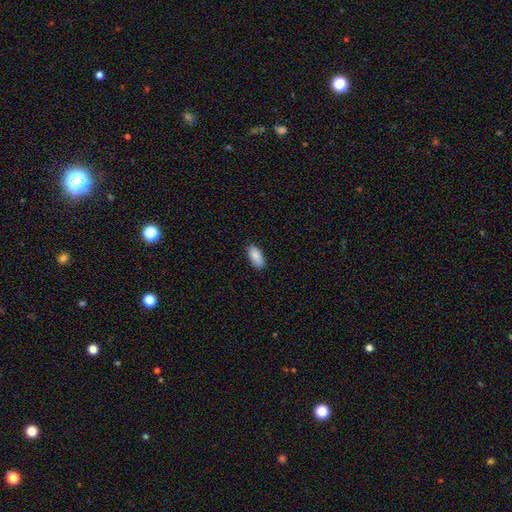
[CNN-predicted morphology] smooth-or-featured: smooth: 88% | star or artifact: 7% | featured or disk: 5%
  how-rounded: in between: 90% | cigar-shaped: 8% | round: 2%
  merging: none: 85% | minor disturbance: 12% | major disturbance: 2% | merger: 1%